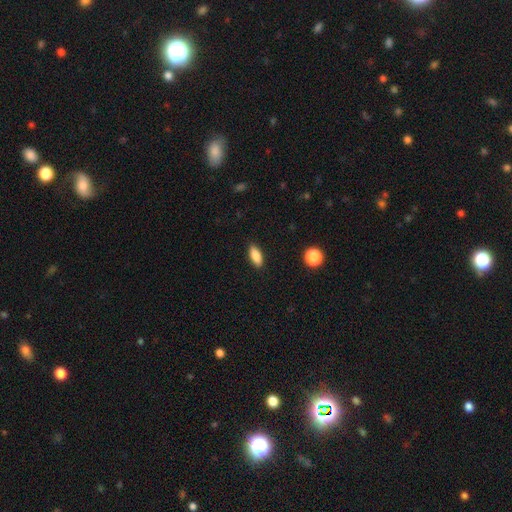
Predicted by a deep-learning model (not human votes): Smooth or featured?
  - smooth: 85% *
  - featured or disk: 8%
  - star or artifact: 7%
How rounded?
  - in between: 76% *
  - cigar-shaped: 21%
  - round: 3%
Merging?
  - none: 89% *
  - minor disturbance: 8%
  - major disturbance: 2%
  - merger: 1%